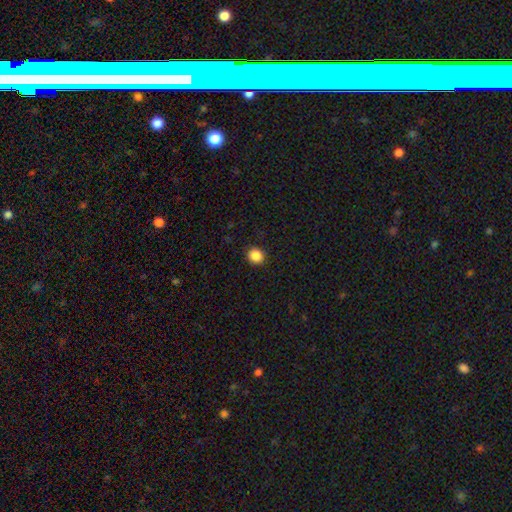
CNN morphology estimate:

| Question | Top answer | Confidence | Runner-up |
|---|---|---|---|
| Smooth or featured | smooth | 87% | star or artifact (10%) |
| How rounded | round | 74% | in between (25%) |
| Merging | none | 91% | minor disturbance (6%) |